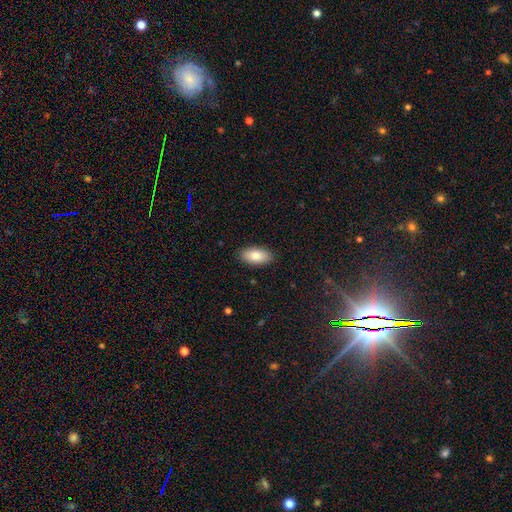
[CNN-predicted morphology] type=smooth (81%); roundness=in between (92%); merging=none (88%).